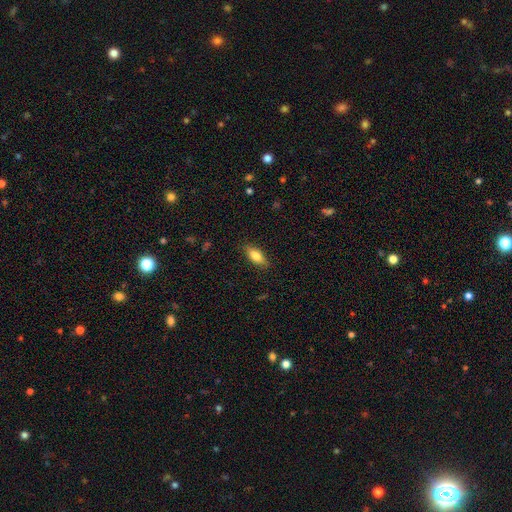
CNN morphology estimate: Overall: smooth (77%). How rounded: in between (78%). Merging: none (86%).